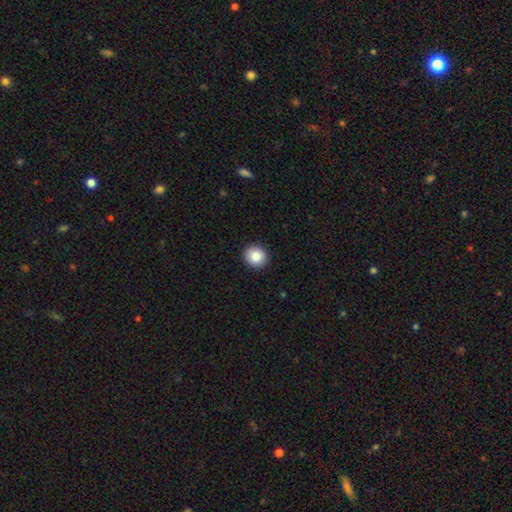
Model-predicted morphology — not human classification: Smooth or featured? Predicted: smooth (p=0.86). How rounded? Predicted: round (p=0.90). Merging? Predicted: none (p=0.92).